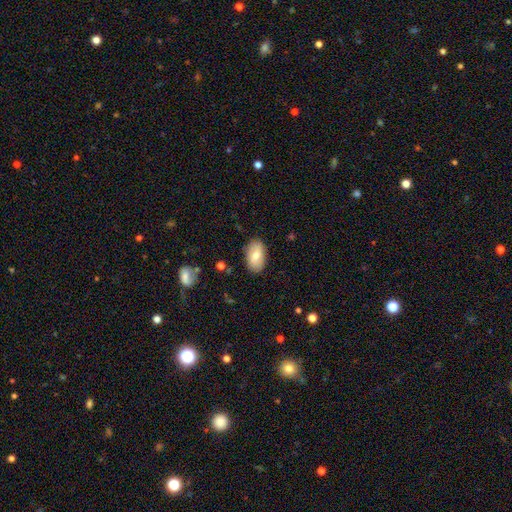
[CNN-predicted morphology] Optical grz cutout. It shows a smooth galaxy with no disk features (74%) that is in between round and cigar-shaped (93%). Merging: none (85%).